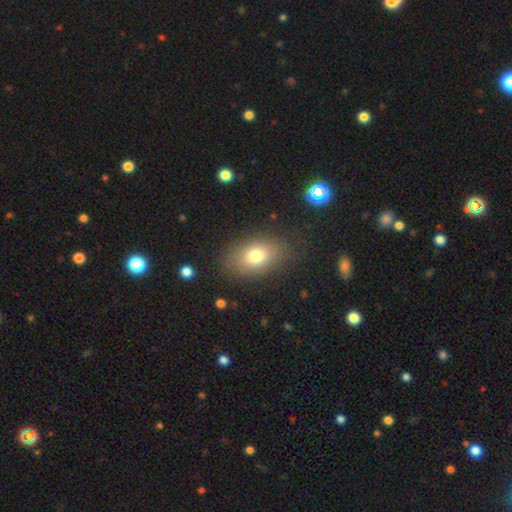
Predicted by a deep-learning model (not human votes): This is likely a smooth galaxy (76%). How rounded: clearly in between (81%). Merging: clearly none (82%).